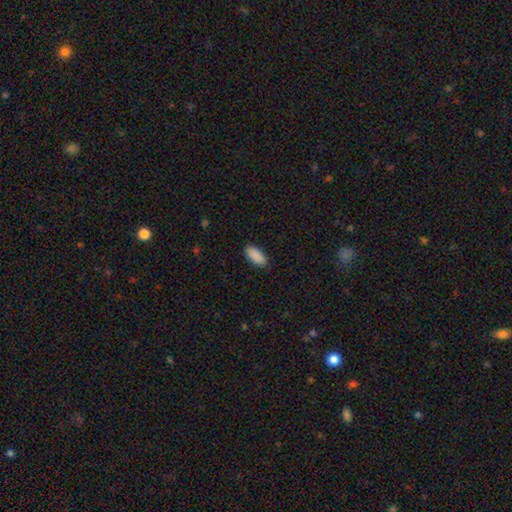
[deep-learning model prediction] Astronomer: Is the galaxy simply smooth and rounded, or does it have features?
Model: smooth — 91%.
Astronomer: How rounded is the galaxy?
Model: in between — 91%.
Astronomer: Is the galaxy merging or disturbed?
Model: none — 88%.